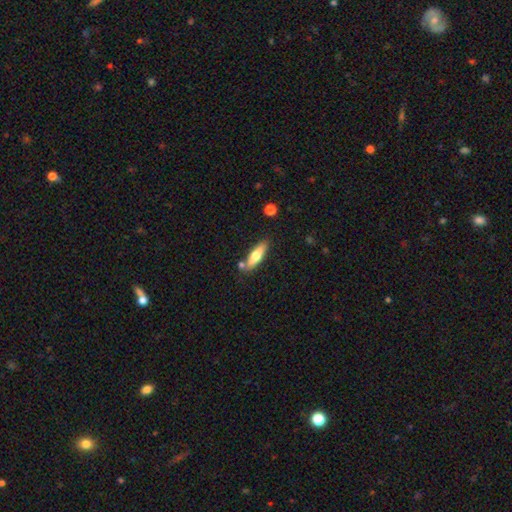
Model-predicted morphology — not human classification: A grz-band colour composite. It shows a smooth galaxy with no disk features (59%) that is cigar-shaped (62%). Merging: none (77%).